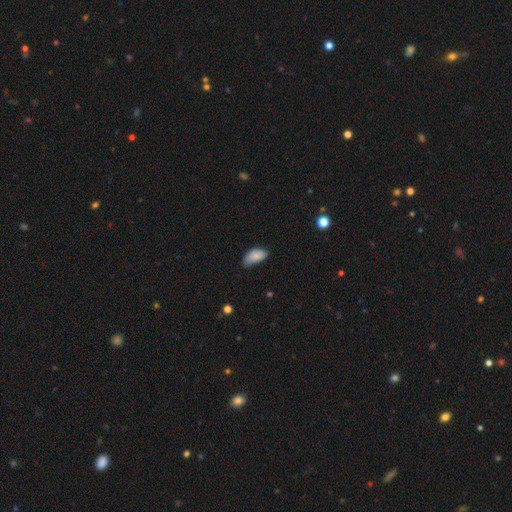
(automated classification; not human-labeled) Smooth or featured: smooth — 82% (featured or disk — 10%)
How rounded: in between — 93% (round — 4%)
Merging: minor disturbance — 45% (none — 42%)